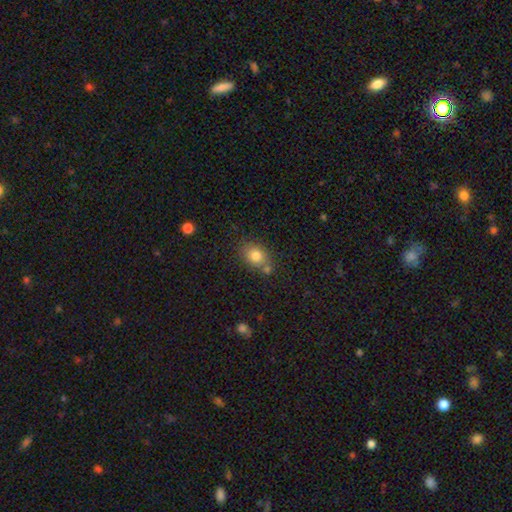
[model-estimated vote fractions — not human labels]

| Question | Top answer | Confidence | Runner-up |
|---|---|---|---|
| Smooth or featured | smooth | 81% | star or artifact (10%) |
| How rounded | in between | 60% | round (39%) |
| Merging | none | 65% | merger (16%) |